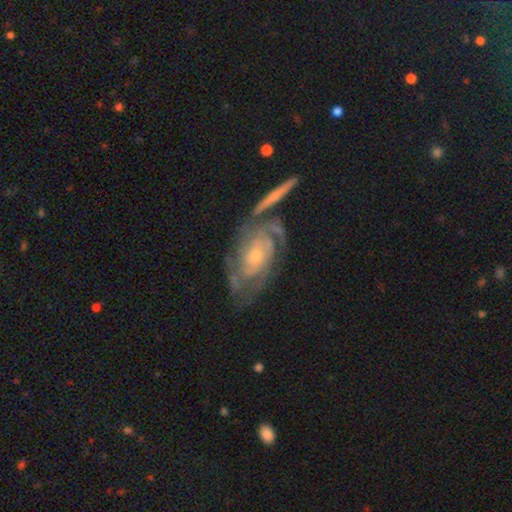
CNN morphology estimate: Smooth or featured: featured or disk — 86% (smooth — 9%)
Edge-on disk: no — 94% (yes — 6%)
Bar: no — 72% (weak — 22%)
Spiral arms: yes — 95% (no — 5%)
Spiral winding: tight — 63% (medium — 30%)
Spiral arm count: can't tell — 32% (2 — 27%)
Bulge size: small — 57% (moderate — 39%)
Merging: none — 54% (minor disturbance — 19%)